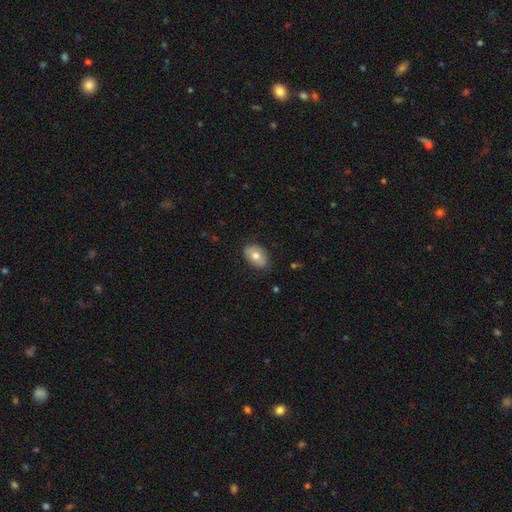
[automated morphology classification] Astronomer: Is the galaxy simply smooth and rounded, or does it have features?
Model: smooth — 69%.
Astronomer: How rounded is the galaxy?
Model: in between — 85%.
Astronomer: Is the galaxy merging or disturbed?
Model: none — 81%.